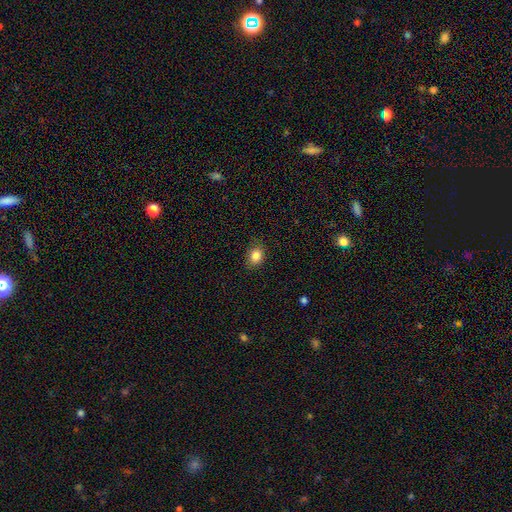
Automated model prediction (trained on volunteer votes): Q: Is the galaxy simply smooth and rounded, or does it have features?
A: smooth — 85%.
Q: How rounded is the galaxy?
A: in between — 64%.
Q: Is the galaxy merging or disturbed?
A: none — 82%.